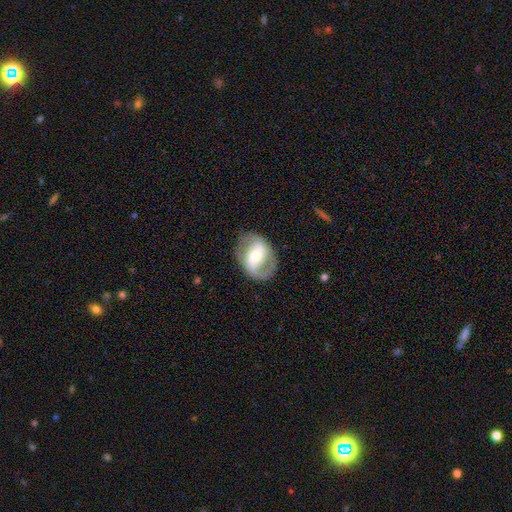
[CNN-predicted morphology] featured or disk 73%, smooth 21%, star or artifact 6%. Down the decision tree: edge-on disk — no (96%); bar — weak (37%); spiral arms — yes (76%); spiral arm count — 2 (85%); spiral winding — medium (47%); bulge size — moderate (55%); merging — none (79%).